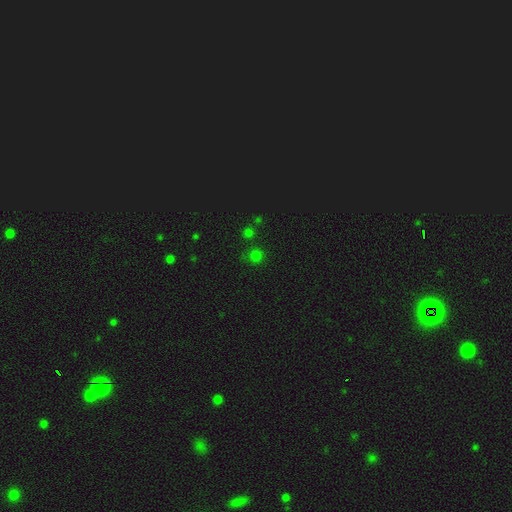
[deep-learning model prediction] smooth-or-featured: smooth: 65% | star or artifact: 31% | featured or disk: 5%
  how-rounded: round: 91% | in between: 8% | cigar-shaped: 1%
  merging: none: 79% | minor disturbance: 10% | merger: 8% | major disturbance: 4%